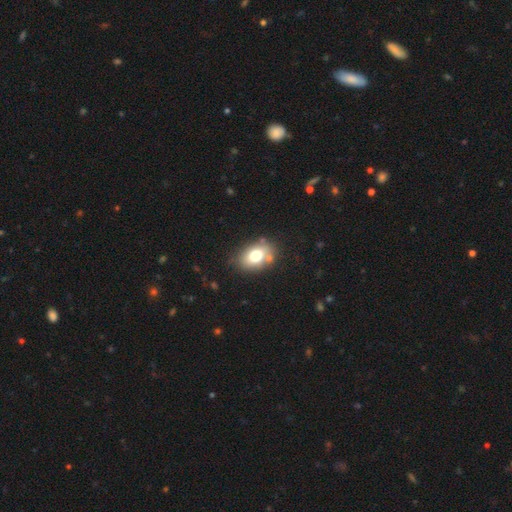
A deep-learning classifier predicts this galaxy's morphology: Smooth or featured? smooth (73%)
How rounded? in between (78%)
Merging? none (74%)